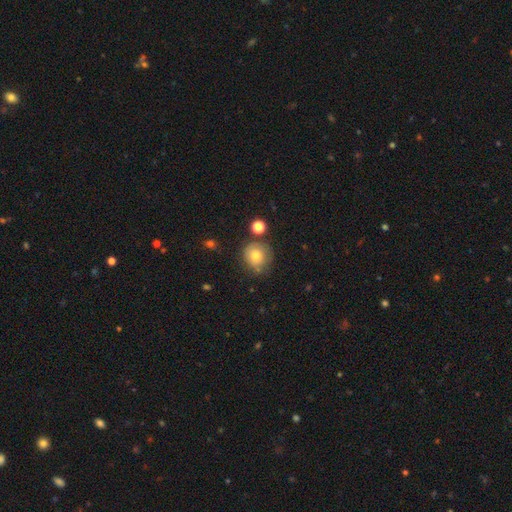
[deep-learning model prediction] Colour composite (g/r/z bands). It shows a smooth galaxy with no disk features (71%) that is round (89%). Merging: none (67%).